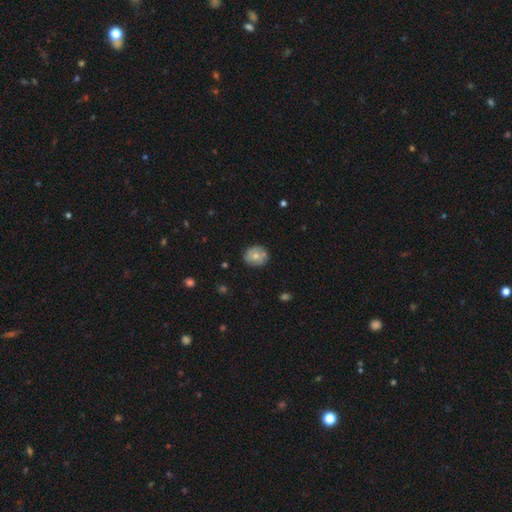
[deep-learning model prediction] A smooth galaxy with no disk features (60%) that is round (80%). Merging: none (79%).